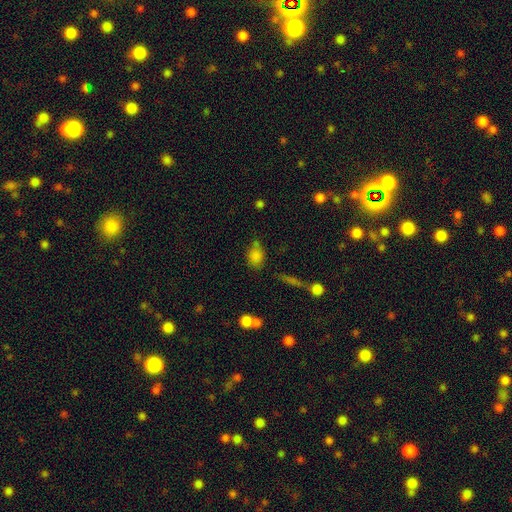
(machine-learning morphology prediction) smooth_or_featured: smooth (p=0.80) [alt: star or artifact p=0.12]
how_rounded: in between (p=0.64) [alt: round p=0.33]
merging: none (p=0.58) [alt: minor disturbance p=0.22]